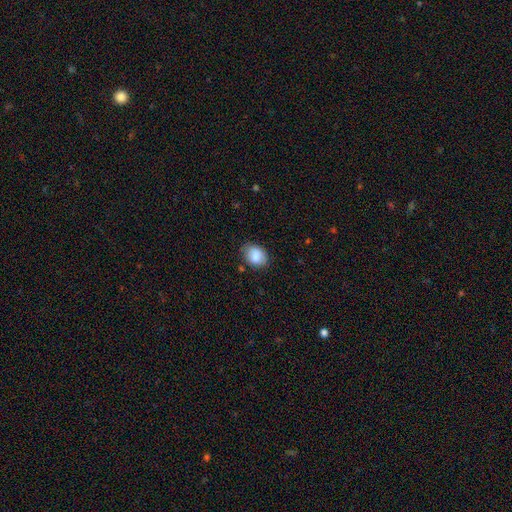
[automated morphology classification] Smooth or featured: smooth — 86% (star or artifact — 7%)
How rounded: in between — 69% (round — 30%)
Merging: none — 75% (minor disturbance — 19%)